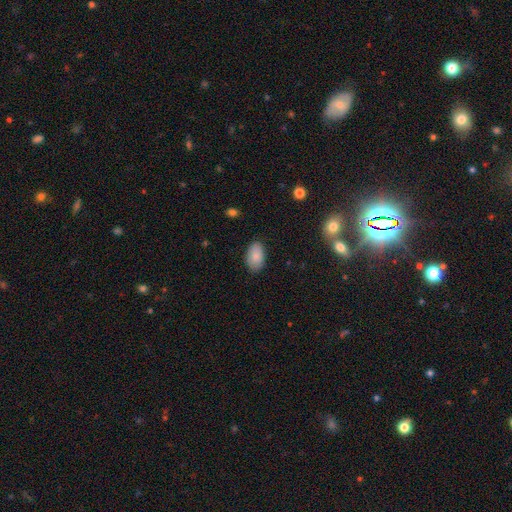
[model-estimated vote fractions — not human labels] Smooth or featured? smooth (87%)
How rounded? in between (94%)
Merging? none (83%)